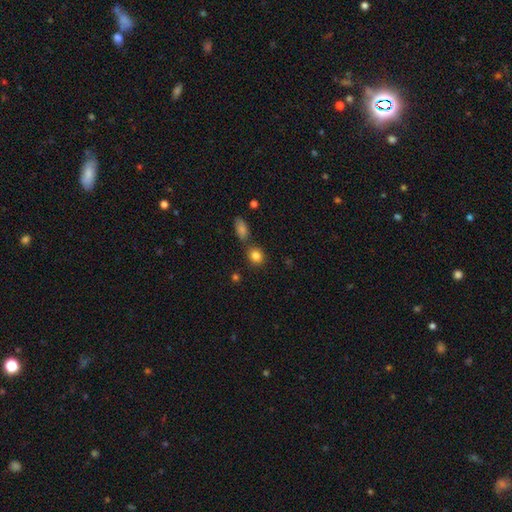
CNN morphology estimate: smooth 84%, star or artifact 10%, featured or disk 6%. Down the decision tree: how rounded — round (64%); merging — none (71%).